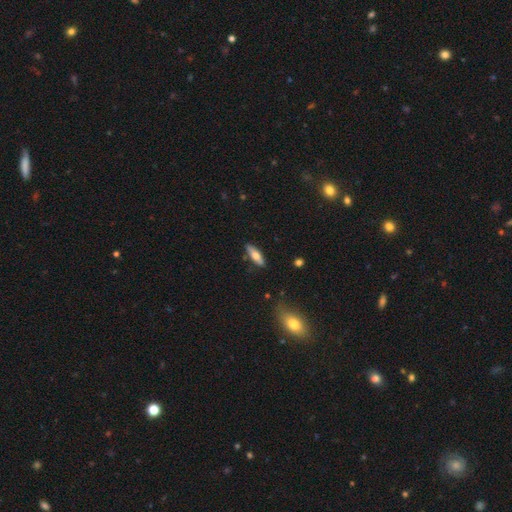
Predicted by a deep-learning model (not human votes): smooth 60%, featured or disk 34%, star or artifact 6%. Down the decision tree: how rounded — cigar-shaped (53%); merging — none (84%).